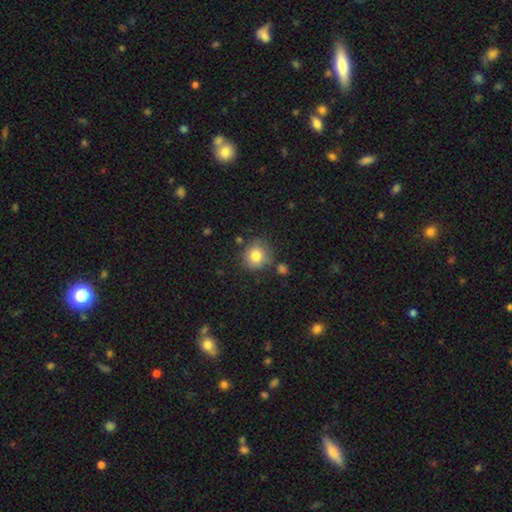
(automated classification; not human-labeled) smooth-or-featured: smooth: 81% | star or artifact: 10% | featured or disk: 9%
  how-rounded: round: 88% | in between: 11% | cigar-shaped: 1%
  merging: none: 78% | minor disturbance: 12% | merger: 6% | major disturbance: 3%